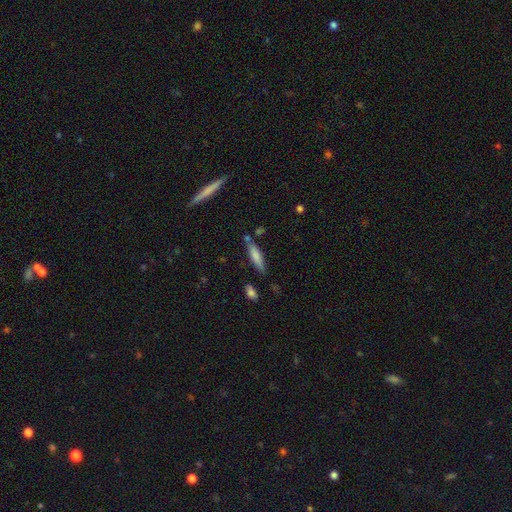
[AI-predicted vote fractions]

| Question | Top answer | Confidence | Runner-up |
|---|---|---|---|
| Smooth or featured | smooth | 74% | featured or disk (19%) |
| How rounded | cigar-shaped | 75% | in between (23%) |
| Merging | none | 74% | minor disturbance (15%) |